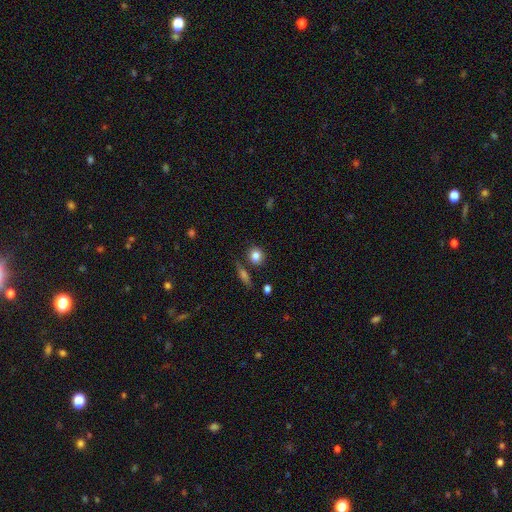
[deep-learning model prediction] A smooth galaxy with no disk features (83%) that is round (76%). Merging: none (78%).